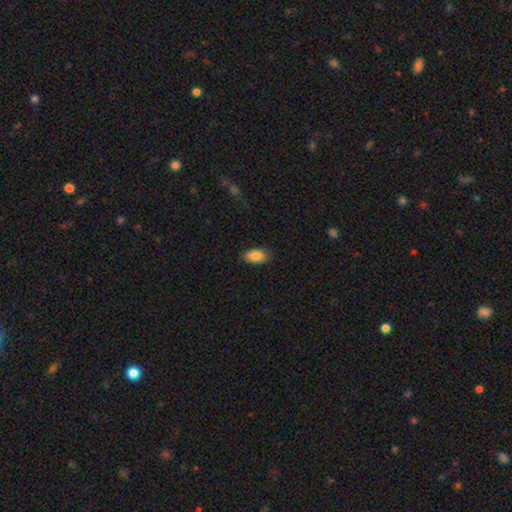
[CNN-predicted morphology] The model was most divided on "merging": none: 84%, minor disturbance: 13%, major disturbance: 3%, merger: 1%. More confident: how rounded — in between (93%); smooth or featured — smooth (87%).